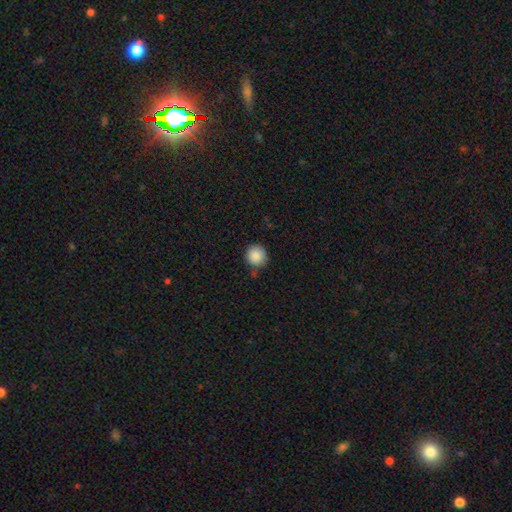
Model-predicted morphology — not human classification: Smooth or featured? Predicted: smooth (p=0.88). How rounded? Predicted: round (p=0.93). Merging? Predicted: none (p=0.77).